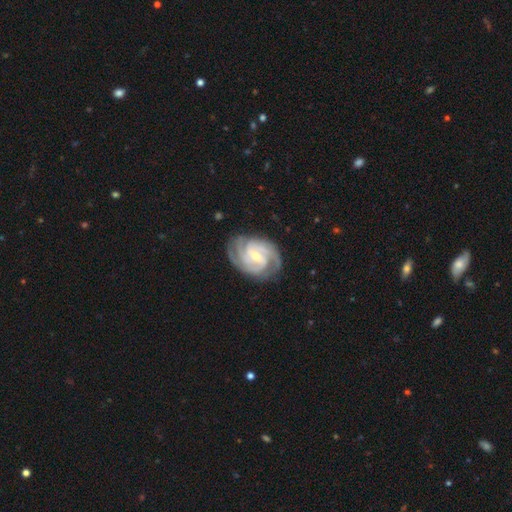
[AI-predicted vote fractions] Smooth or featured: featured or disk — 91% (smooth — 5%)
Edge-on disk: no — 98% (yes — 2%)
Bar: weak — 51% (no — 30%)
Spiral arms: yes — 98% (no — 2%)
Spiral winding: tight — 63% (medium — 33%)
Spiral arm count: 3 — 39% (4 — 21%)
Bulge size: small — 57% (moderate — 40%)
Merging: none — 79% (minor disturbance — 15%)